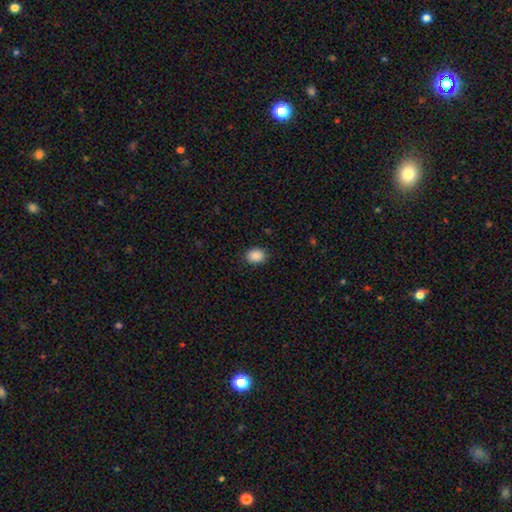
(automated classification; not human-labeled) Smooth or featured?
  - smooth: 89% *
  - star or artifact: 9%
  - featured or disk: 3%
How rounded?
  - in between: 64% *
  - round: 35%
  - cigar-shaped: 1%
Merging?
  - none: 88% *
  - minor disturbance: 9%
  - major disturbance: 2%
  - merger: 1%